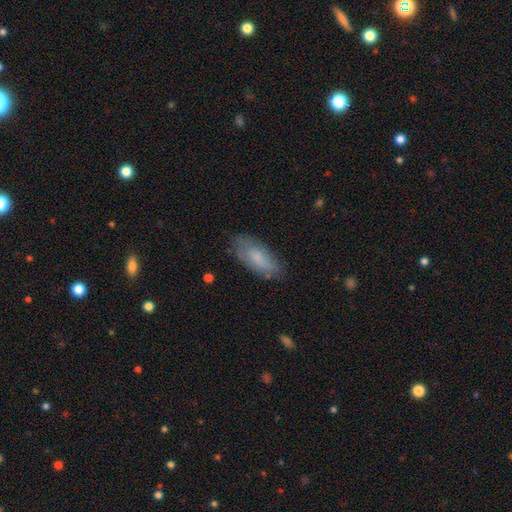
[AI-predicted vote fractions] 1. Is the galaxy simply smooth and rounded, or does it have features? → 76% smooth, 18% featured or disk, 6% star or artifact.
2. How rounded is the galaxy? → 81% in between, 17% cigar-shaped, 2% round.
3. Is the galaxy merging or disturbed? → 78% none, 17% minor disturbance, 4% major disturbance, 1% merger.